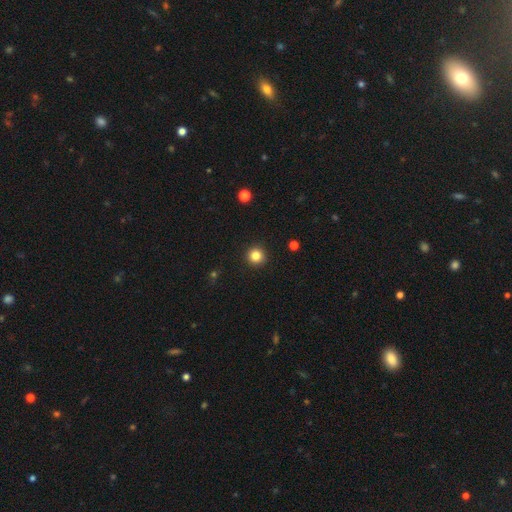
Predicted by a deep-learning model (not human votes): This appears to be a smooth galaxy with no disk features (83%) that is round (95%). Merging: none (93%).